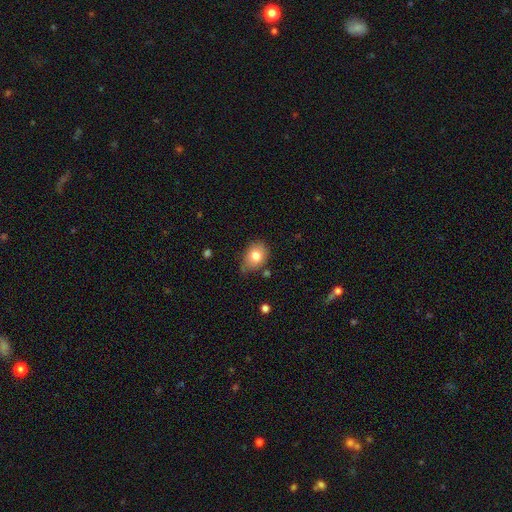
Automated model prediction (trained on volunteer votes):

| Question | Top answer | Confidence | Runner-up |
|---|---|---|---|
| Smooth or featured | smooth | 79% | featured or disk (12%) |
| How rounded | in between | 65% | round (34%) |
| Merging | none | 67% | minor disturbance (25%) |